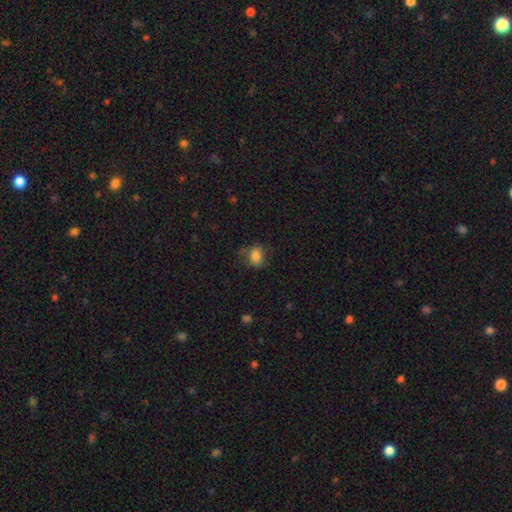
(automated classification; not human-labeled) Smooth or featured? Predicted: smooth (p=0.81). How rounded? Predicted: in between (p=0.52). Merging? Predicted: none (p=0.67).